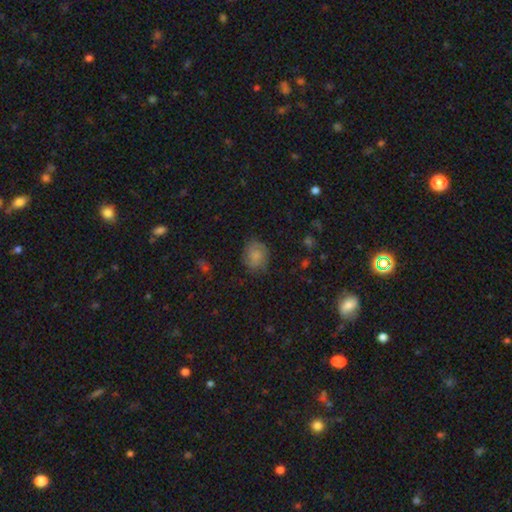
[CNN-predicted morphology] A smooth galaxy with no disk features (57%) that is round (58%). Merging: none (74%).